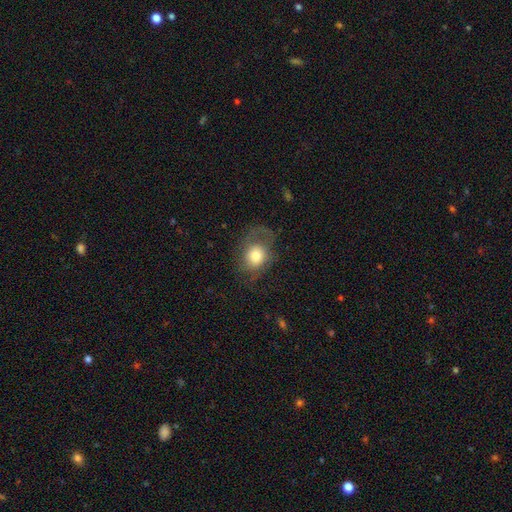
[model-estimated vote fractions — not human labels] The model was most divided on "how rounded": round: 54%, in between: 45%, cigar-shaped: 1%. Remaining: smooth or featured — smooth (62%); merging — none (47%).